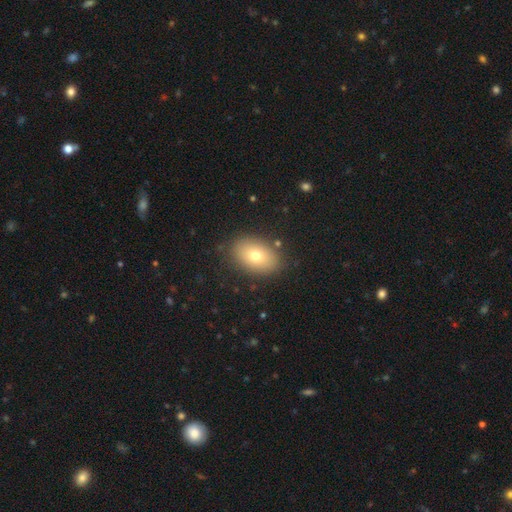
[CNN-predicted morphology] smooth-or-featured: smooth: 72% | featured or disk: 18% | star or artifact: 10%
  how-rounded: in between: 84% | round: 15% | cigar-shaped: 1%
  merging: none: 86% | minor disturbance: 10% | major disturbance: 3% | merger: 2%